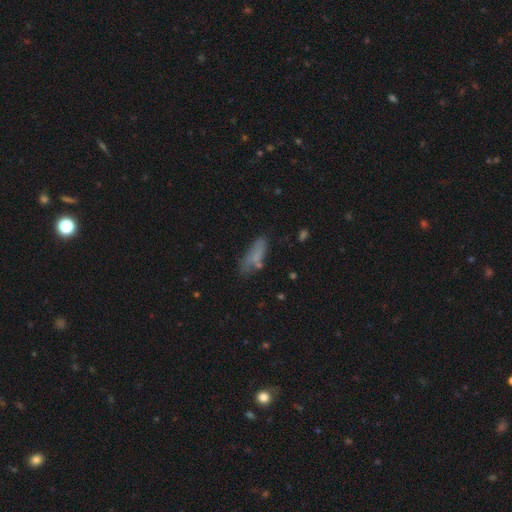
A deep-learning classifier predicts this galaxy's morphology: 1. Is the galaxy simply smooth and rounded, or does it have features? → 70% smooth, 19% featured or disk, 11% star or artifact.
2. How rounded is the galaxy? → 58% in between, 39% cigar-shaped, 3% round.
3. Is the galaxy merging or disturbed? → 53% none, 26% minor disturbance, 13% major disturbance, 8% merger.